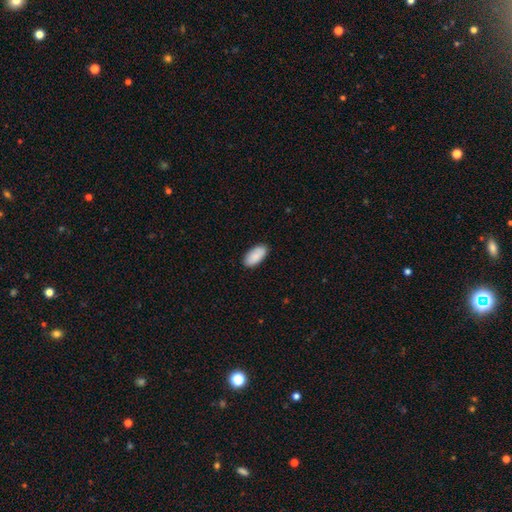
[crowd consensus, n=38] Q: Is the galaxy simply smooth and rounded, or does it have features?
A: smooth — 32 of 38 (84%).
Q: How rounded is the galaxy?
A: in between — 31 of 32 (97%).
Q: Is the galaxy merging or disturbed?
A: none — 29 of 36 (81%).